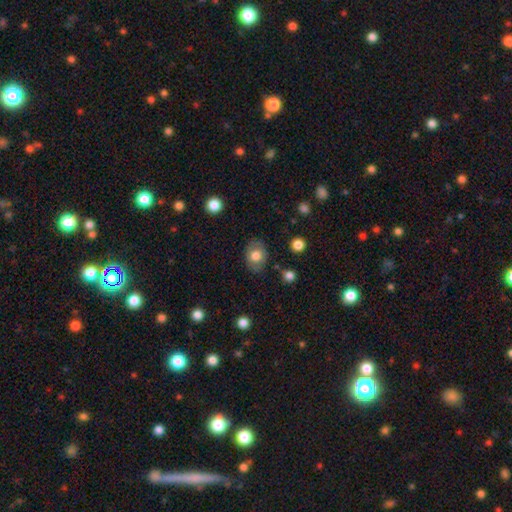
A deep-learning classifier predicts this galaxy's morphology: smooth_or_featured: smooth (p=0.73) [alt: featured or disk p=0.19]
how_rounded: in between (p=0.63) [alt: round p=0.36]
merging: none (p=0.78) [alt: minor disturbance p=0.15]